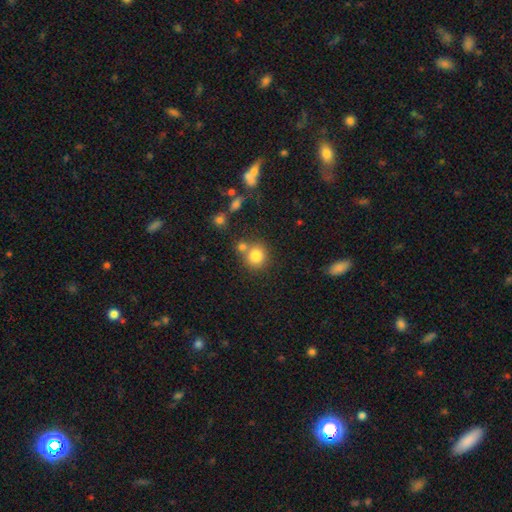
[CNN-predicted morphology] smooth 81%, star or artifact 11%, featured or disk 8%. Down the decision tree: how rounded — round (89%); merging — none (64%).